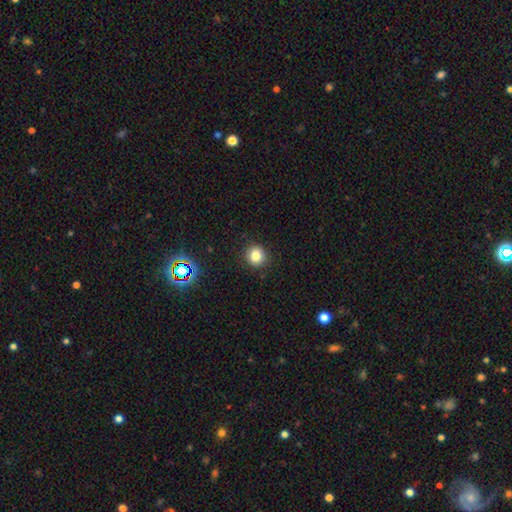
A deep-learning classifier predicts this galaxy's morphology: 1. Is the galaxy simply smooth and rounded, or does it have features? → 81% smooth, 13% star or artifact, 6% featured or disk.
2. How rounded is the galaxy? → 87% round, 12% in between, 1% cigar-shaped.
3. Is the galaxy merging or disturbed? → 90% none, 7% minor disturbance, 2% major disturbance, 1% merger.